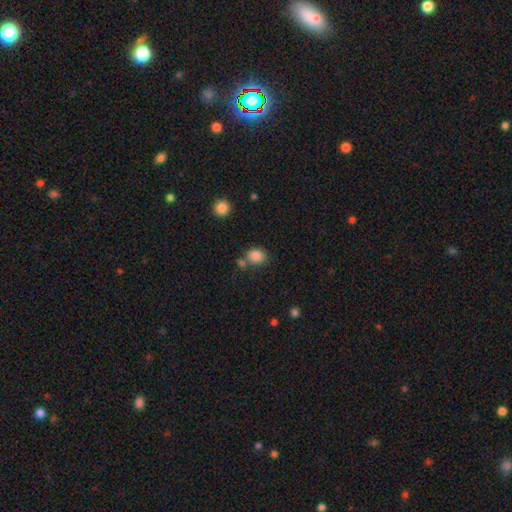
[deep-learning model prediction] Morphology: type=smooth (84%); roundness=in between (51%); merging=none (65%).